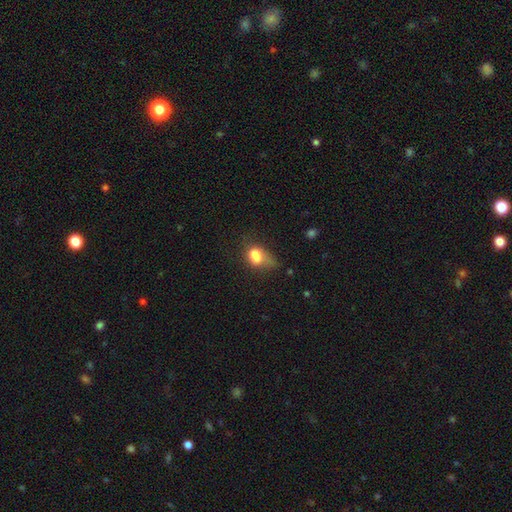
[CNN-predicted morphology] Overall: smooth (74%). How rounded: in between (77%). Merging: minor disturbance (31%; major disturbance 29%).